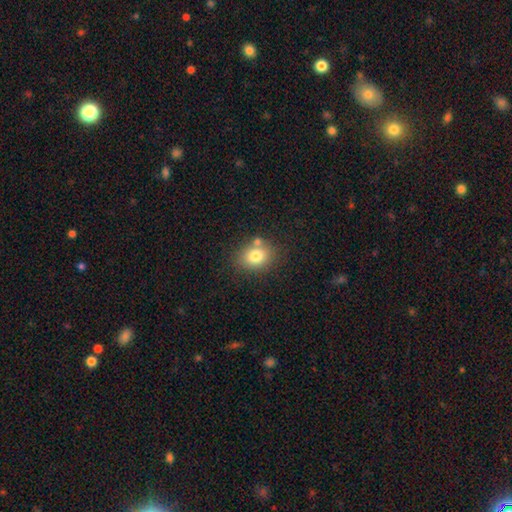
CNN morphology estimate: Overall: smooth (77%). How rounded: round (51%; in between 48%). Merging: none (68%).